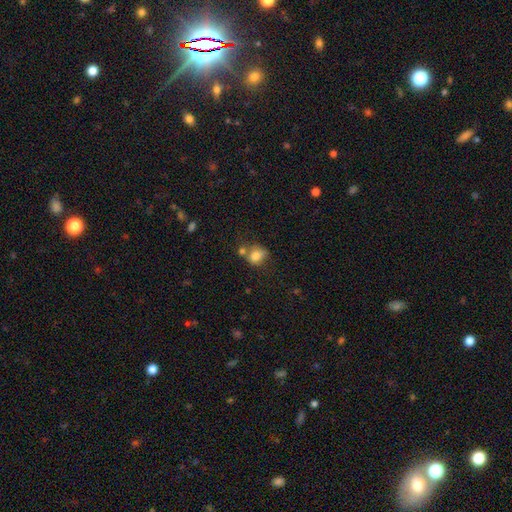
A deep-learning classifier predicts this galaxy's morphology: smooth-or-featured: smooth: 77% | featured or disk: 12% | star or artifact: 10%
  how-rounded: round: 53% | in between: 46% | cigar-shaped: 1%
  merging: none: 43% | merger: 28% | minor disturbance: 21% | major disturbance: 9%